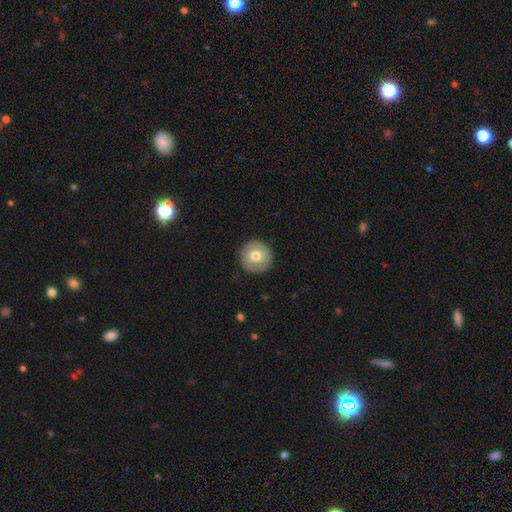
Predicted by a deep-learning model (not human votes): Smooth or featured: smooth — 65% (featured or disk — 28%)
How rounded: round — 95% (in between — 4%)
Merging: none — 89% (minor disturbance — 8%)